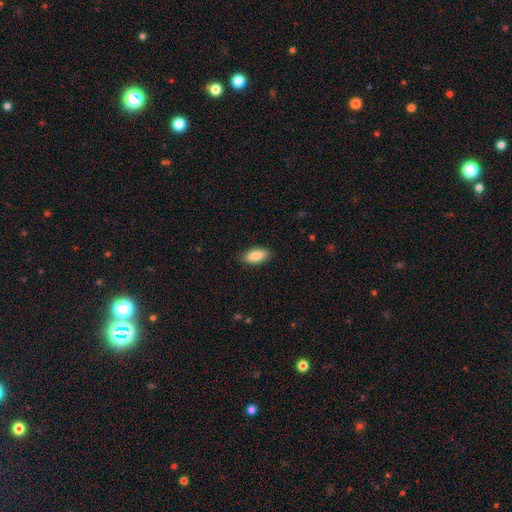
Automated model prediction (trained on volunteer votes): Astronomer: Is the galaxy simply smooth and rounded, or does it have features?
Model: smooth — 87%.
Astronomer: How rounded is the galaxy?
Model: in between — 84%.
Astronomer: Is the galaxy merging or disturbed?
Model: none — 87%.